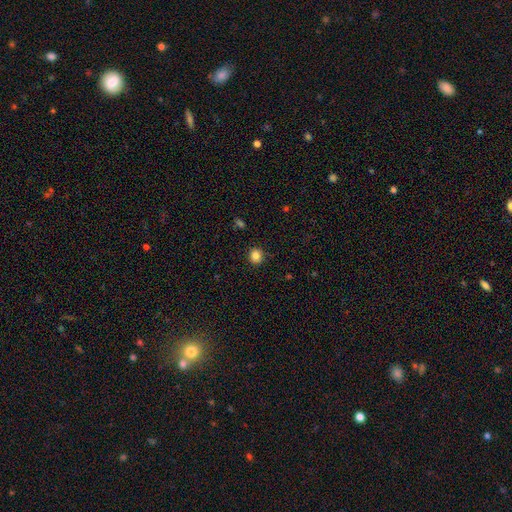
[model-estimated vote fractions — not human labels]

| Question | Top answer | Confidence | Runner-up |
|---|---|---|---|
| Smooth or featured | smooth | 84% | star or artifact (11%) |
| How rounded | round | 85% | in between (14%) |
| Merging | none | 90% | minor disturbance (7%) |